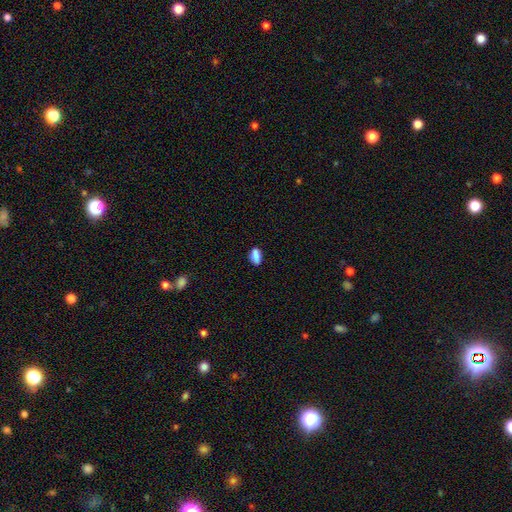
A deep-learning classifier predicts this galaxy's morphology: This appears to be a smooth galaxy with no disk features (85%) that is in between round and cigar-shaped (88%). Merging: none (80%).